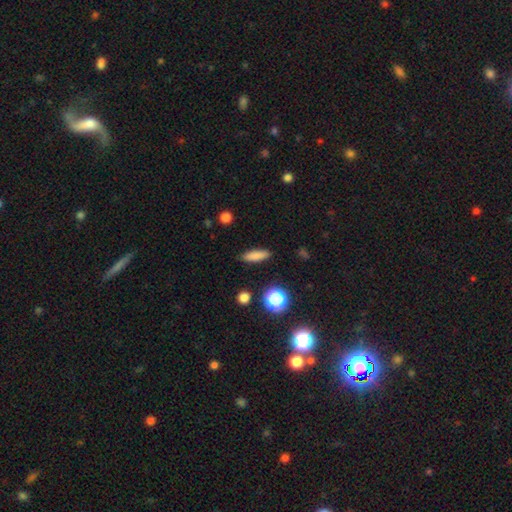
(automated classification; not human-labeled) Smooth or featured?
  - smooth: 82% *
  - star or artifact: 10%
  - featured or disk: 8%
How rounded?
  - cigar-shaped: 60% *
  - in between: 36%
  - round: 4%
Merging?
  - none: 88% *
  - minor disturbance: 8%
  - major disturbance: 2%
  - merger: 2%